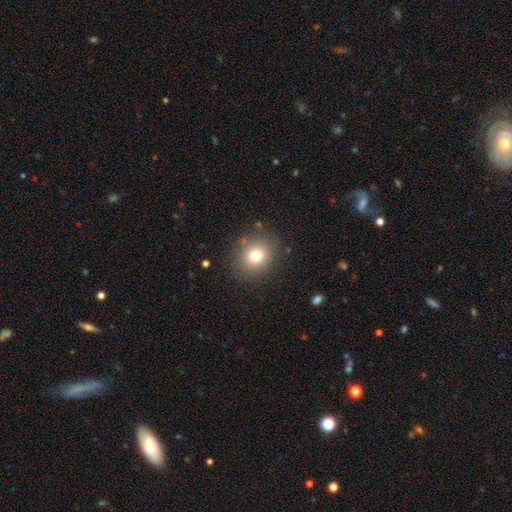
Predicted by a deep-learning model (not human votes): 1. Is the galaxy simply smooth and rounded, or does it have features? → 77% smooth, 13% star or artifact, 10% featured or disk.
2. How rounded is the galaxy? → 72% round, 27% in between, 1% cigar-shaped.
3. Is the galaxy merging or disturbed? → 85% none, 9% minor disturbance, 4% major disturbance, 2% merger.